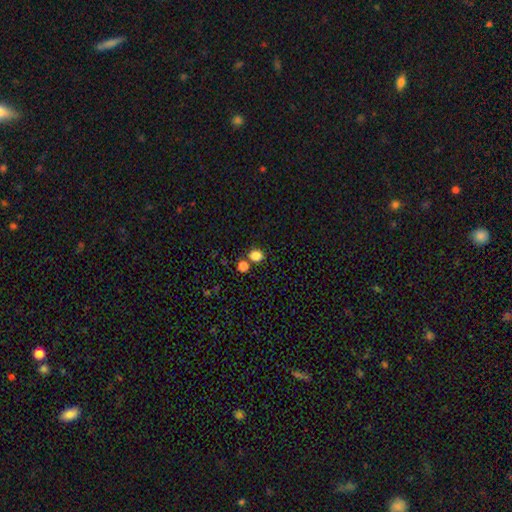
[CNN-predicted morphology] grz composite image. It shows a smooth galaxy with no disk features (83%) that is round (70%). Merging: none (76%).